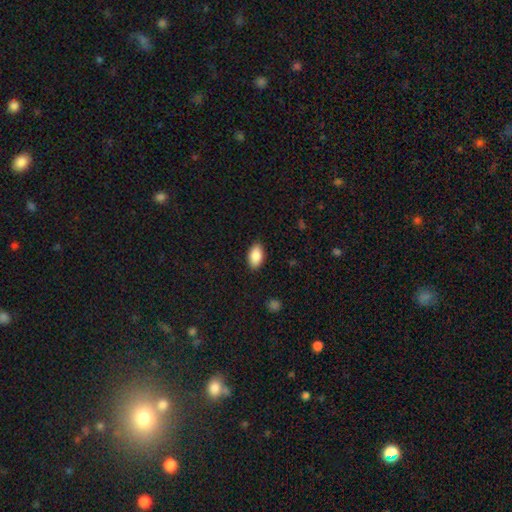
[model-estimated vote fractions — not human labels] A smooth galaxy with no disk features (88%) that is in between round and cigar-shaped (93%). Merging: none (88%).